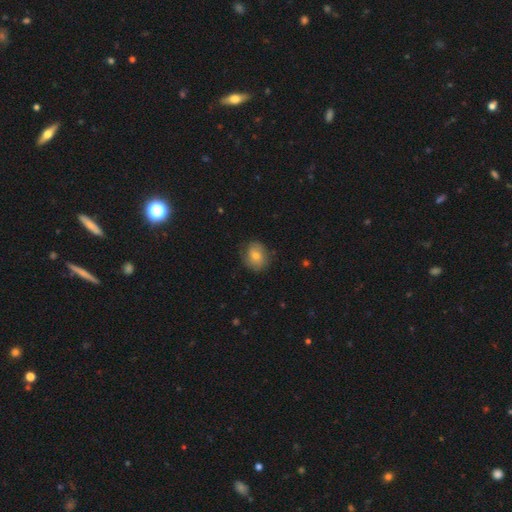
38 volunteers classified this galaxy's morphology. Smooth or featured?
  - smooth: 84% *
  - featured or disk: 13%
  - star or artifact: 3%
How rounded?
  - round: 62% *
  - in between: 38%
  - cigar-shaped: 0%
Merging?
  - none: 81% *
  - minor disturbance: 16%
  - major disturbance: 3%
  - merger: 0%